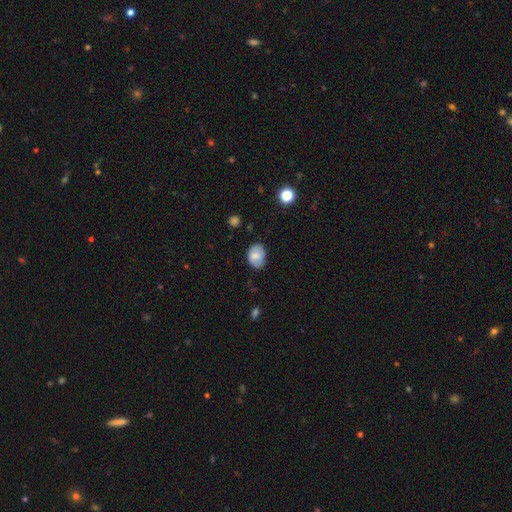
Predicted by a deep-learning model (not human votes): Smooth or featured? Predicted: smooth (p=0.73). How rounded? Predicted: in between (p=0.66). Merging? Predicted: none (p=0.70).